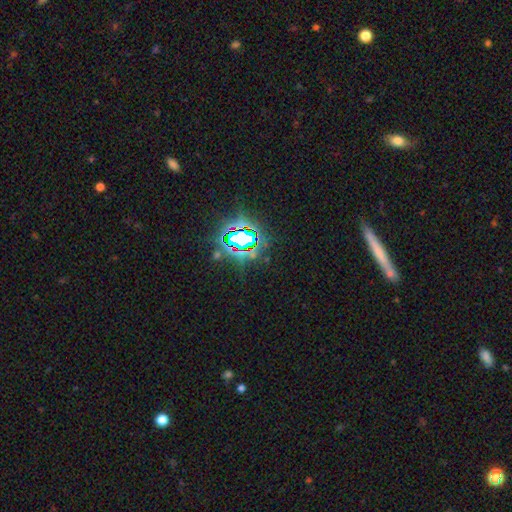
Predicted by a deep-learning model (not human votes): The model was most divided on "smooth or featured": star or artifact: 74%, smooth: 15%, featured or disk: 11%.